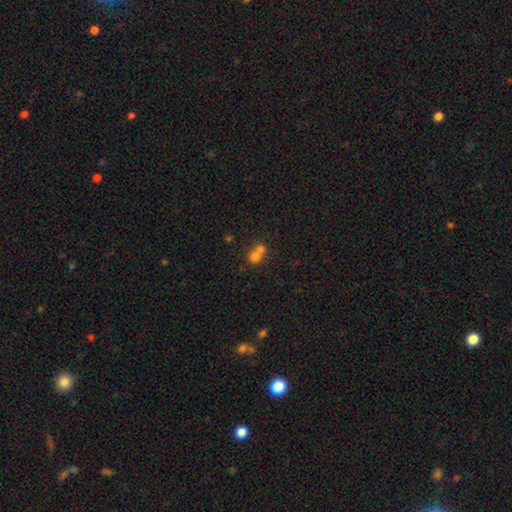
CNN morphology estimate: Q: Smooth or featured?
A: smooth (72%); runner-up: featured or disk (15%)
Q: How rounded?
A: round (79%); runner-up: in between (20%)
Q: Merging?
A: merger (65%); runner-up: none (28%)